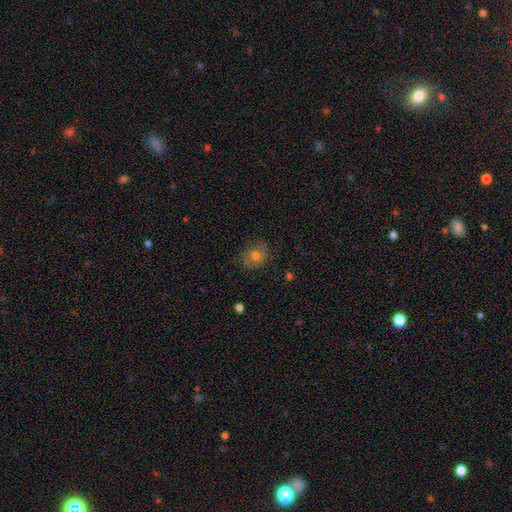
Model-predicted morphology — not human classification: This is likely a smooth galaxy (66%). How rounded: likely round (66%). Merging: likely none (77%).